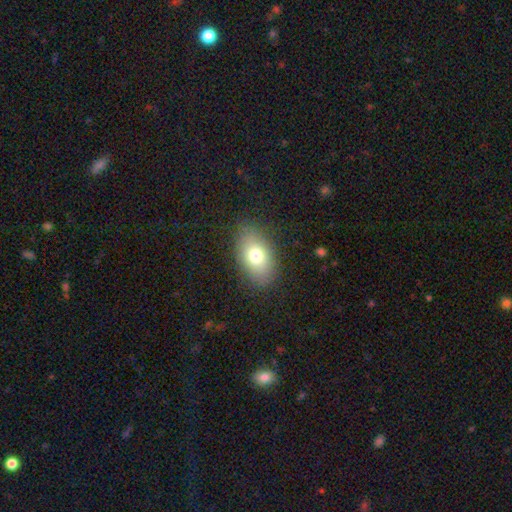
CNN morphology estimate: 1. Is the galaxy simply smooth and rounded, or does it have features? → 75% smooth, 15% featured or disk, 10% star or artifact.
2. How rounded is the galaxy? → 87% in between, 11% round, 2% cigar-shaped.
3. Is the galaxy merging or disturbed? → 84% none, 12% minor disturbance, 4% major disturbance, 1% merger.